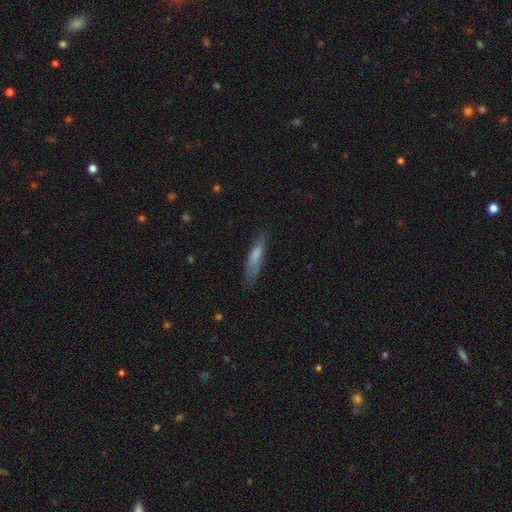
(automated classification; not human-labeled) The model was most divided on "merging": none: 72%, minor disturbance: 21%, major disturbance: 5%, merger: 2%. More confident: how rounded — cigar-shaped (77%); smooth or featured — smooth (75%).